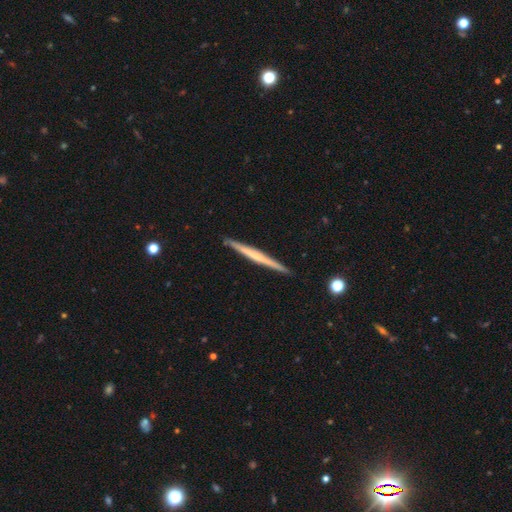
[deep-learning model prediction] Morphology: type=featured or disk (59%); edge-on=yes (98%); edge-on bulge=none (75%); merging=none (92%).